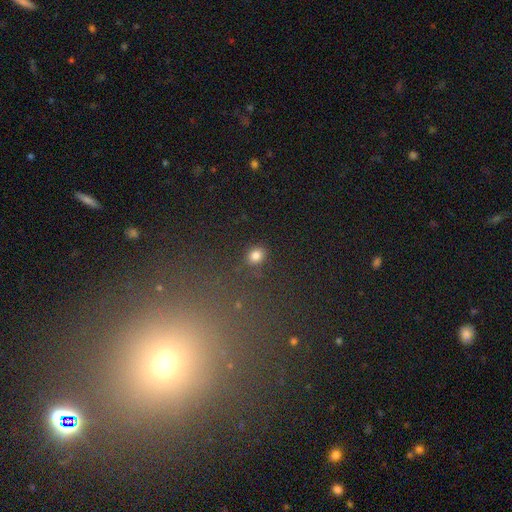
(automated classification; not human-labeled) A smooth galaxy with no disk features (81%) that is round (53%).

Vote fractions:
- Smooth or featured? smooth: 81% / star or artifact: 14% / featured or disk: 6%
- How rounded? round: 53% / in between: 45% / cigar-shaped: 1%
- Merging? none: 84% / minor disturbance: 10% / major disturbance: 3% / merger: 3%